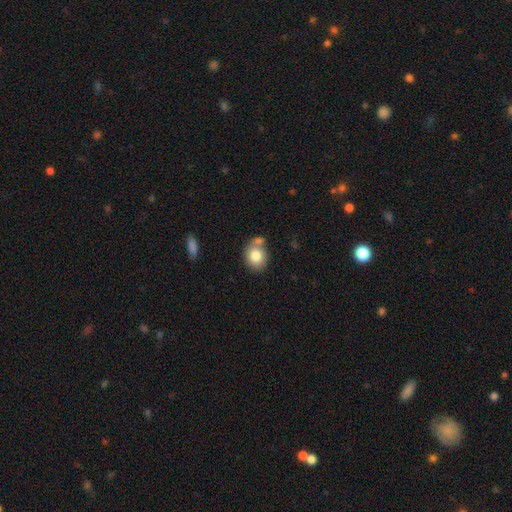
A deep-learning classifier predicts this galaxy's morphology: type=smooth (80%); roundness=round (60%); merging=none (54%).